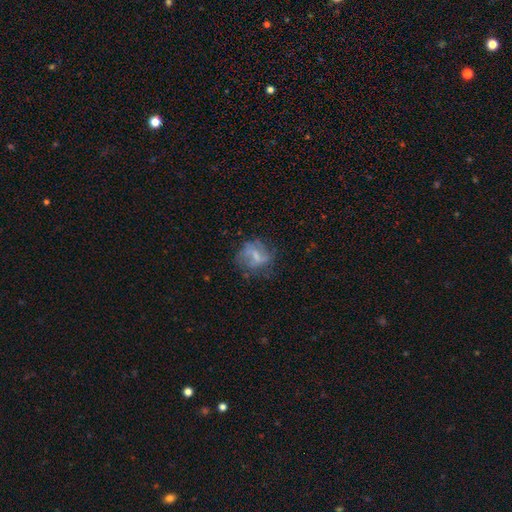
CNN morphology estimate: Smooth or featured: featured or disk — 55% (smooth — 35%)
Edge-on disk: no — 97% (yes — 3%)
Bar: weak — 49% (no — 34%)
Spiral arms: yes — 61% (no — 39%)
Bulge size: small — 41% (moderate — 29%)
Merging: none — 53% (minor disturbance — 24%)